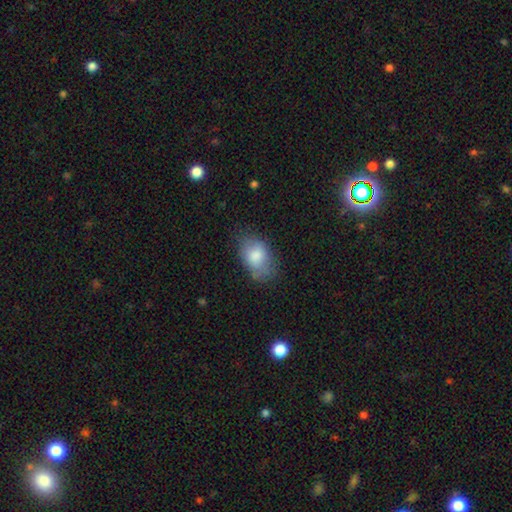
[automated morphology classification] Smooth or featured? smooth (80%)
How rounded? in between (88%)
Merging? none (63%)